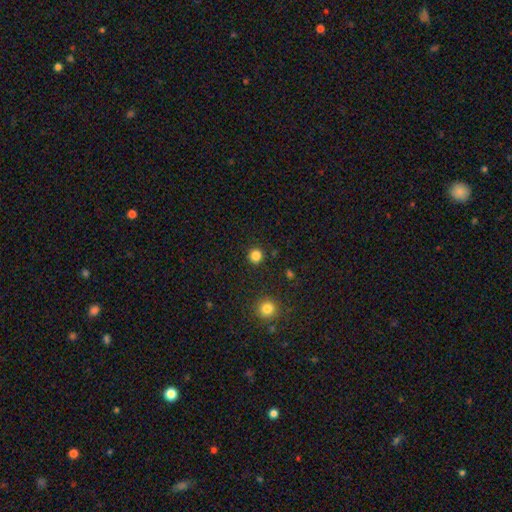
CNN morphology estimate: type=smooth (83%); roundness=round (94%); merging=none (91%).